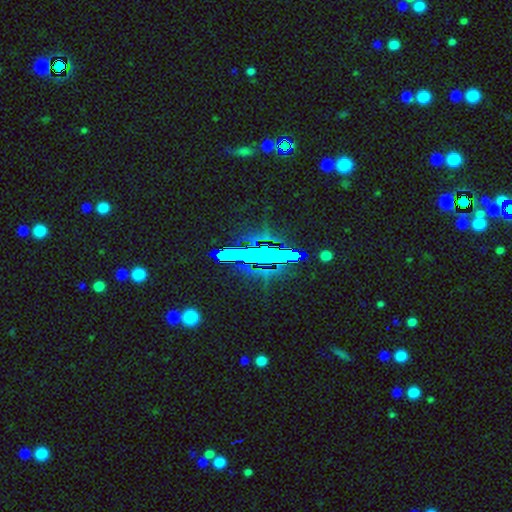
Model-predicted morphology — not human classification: Q: Smooth or featured?
A: star or artifact (77%); runner-up: smooth (13%)